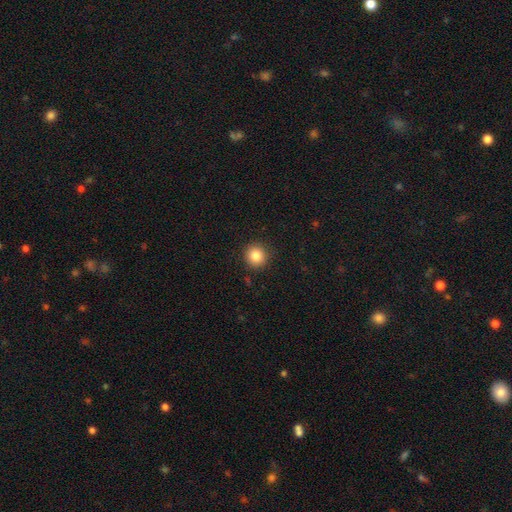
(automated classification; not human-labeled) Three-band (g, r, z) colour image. It shows a smooth galaxy with no disk features (84%) that is round (93%). Merging: none (91%).